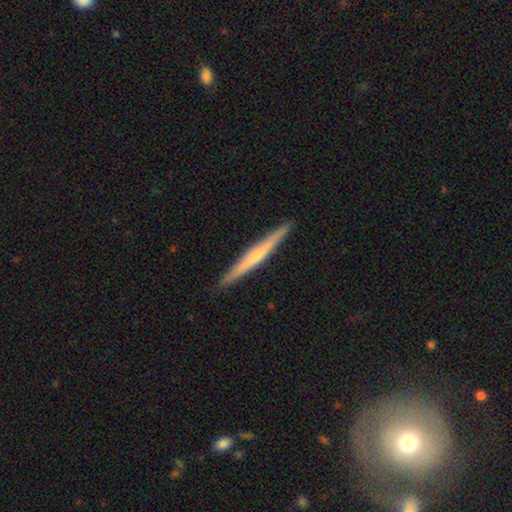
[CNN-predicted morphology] A featured or disk galaxy (57%) viewed edge-on (98%) with no central bulge (53%). Merging: none (92%).